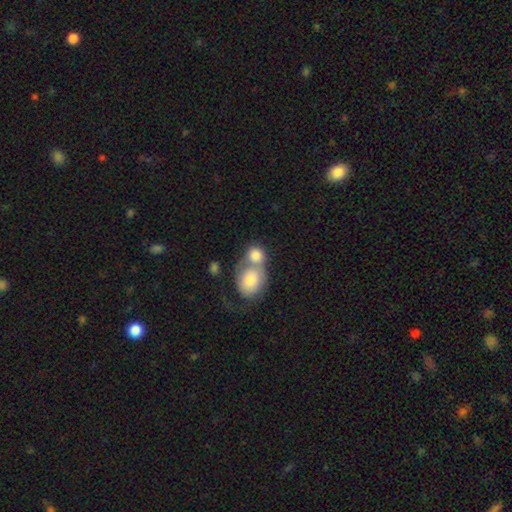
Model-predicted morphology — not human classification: Smooth or featured?
  - smooth: 81% *
  - featured or disk: 12%
  - star or artifact: 7%
How rounded?
  - round: 64% *
  - in between: 35%
  - cigar-shaped: 1%
Merging?
  - merger: 65% *
  - none: 23%
  - minor disturbance: 7%
  - major disturbance: 5%